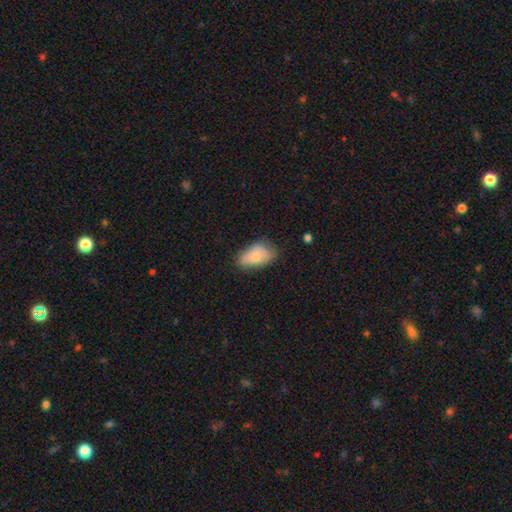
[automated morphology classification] Overall: smooth (79%). How rounded: in between (92%). Merging: none (57%; minor disturbance 32%).